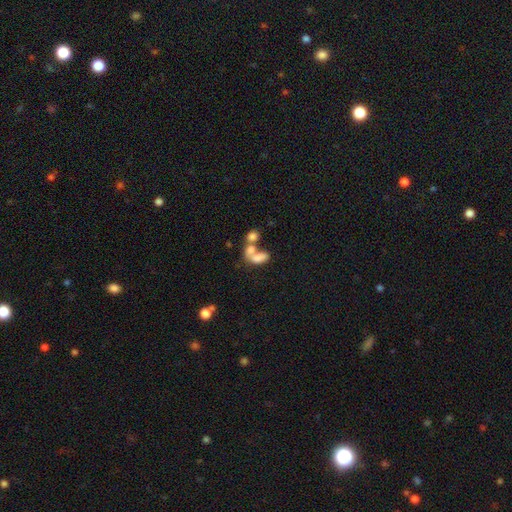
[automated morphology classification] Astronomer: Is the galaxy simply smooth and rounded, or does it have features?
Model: smooth — 69%.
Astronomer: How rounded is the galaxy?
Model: in between — 86%.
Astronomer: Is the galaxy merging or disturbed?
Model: merger — 65%.